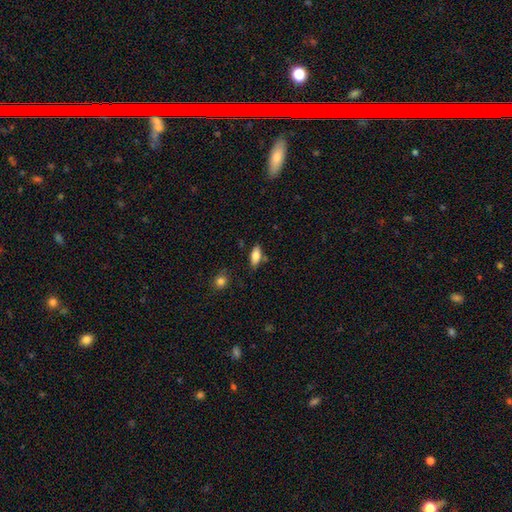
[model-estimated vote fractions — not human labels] Q: Smooth or featured?
A: smooth (79%); runner-up: featured or disk (14%)
Q: How rounded?
A: in between (84%); runner-up: cigar-shaped (13%)
Q: Merging?
A: none (77%); runner-up: minor disturbance (14%)